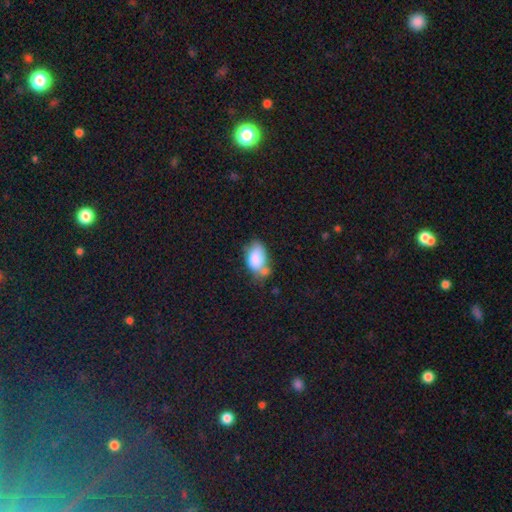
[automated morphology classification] This appears to be a smooth galaxy with no disk features (82%) that is in between round and cigar-shaped (90%). Merging: none (41%).